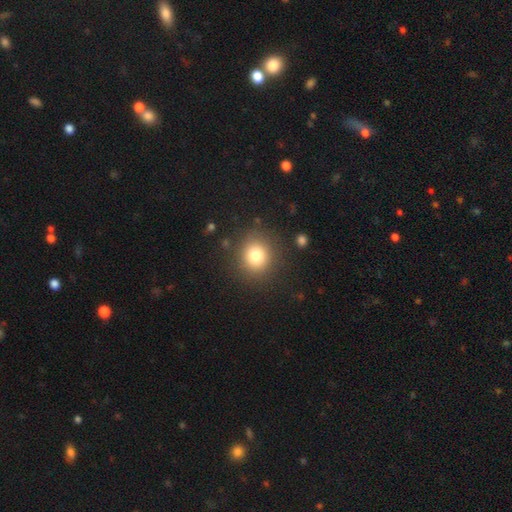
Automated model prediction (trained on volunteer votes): Morphology: type=smooth (79%); roundness=round (81%); merging=none (86%).